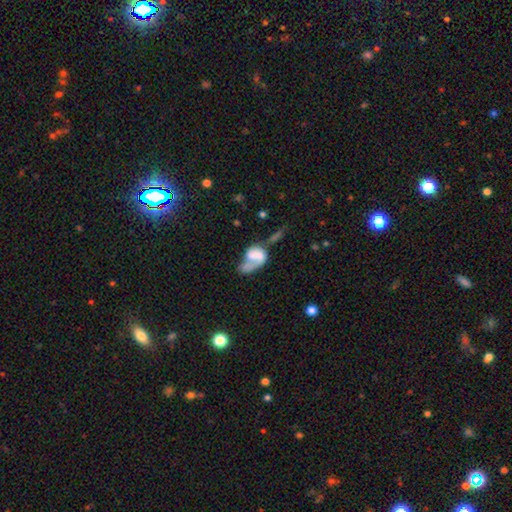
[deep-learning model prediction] This is possibly a smooth galaxy (51%). How rounded: likely in between (79%). Merging: marginally major disturbance (35%).